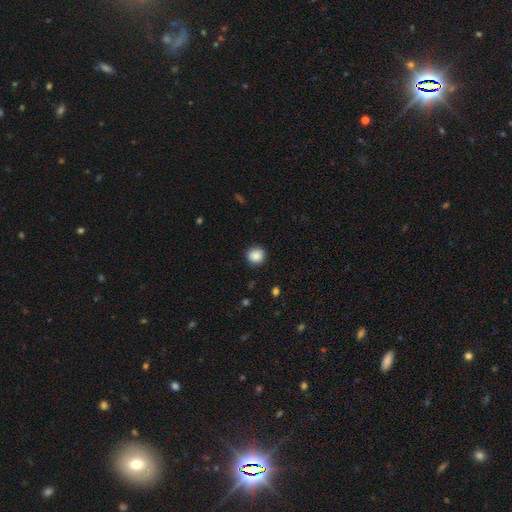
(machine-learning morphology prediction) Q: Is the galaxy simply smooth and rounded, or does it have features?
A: smooth — 87%.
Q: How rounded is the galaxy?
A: round — 89%.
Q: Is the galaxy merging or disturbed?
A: none — 89%.